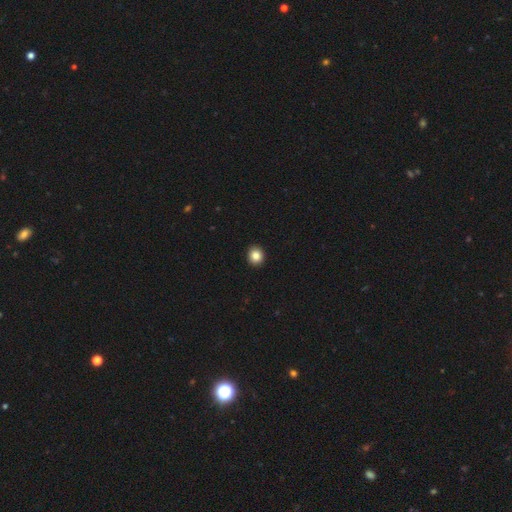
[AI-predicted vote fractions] smooth_or_featured: smooth (p=0.85) [alt: star or artifact p=0.10]
how_rounded: round (p=0.82) [alt: in between p=0.17]
merging: none (p=0.93) [alt: minor disturbance p=0.05]